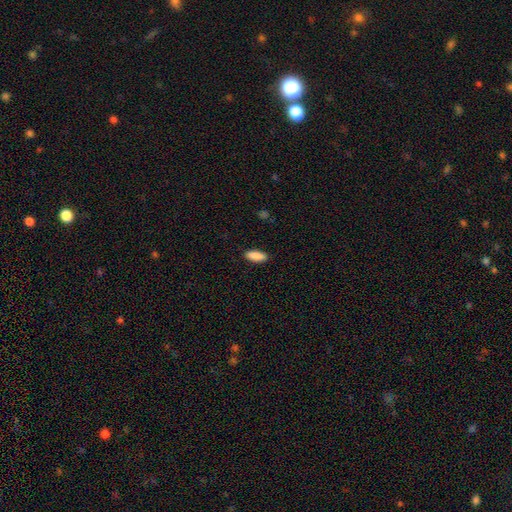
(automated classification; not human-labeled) Q: Smooth or featured?
A: smooth (90%); runner-up: star or artifact (6%)
Q: How rounded?
A: in between (77%); runner-up: cigar-shaped (21%)
Q: Merging?
A: none (89%); runner-up: minor disturbance (8%)